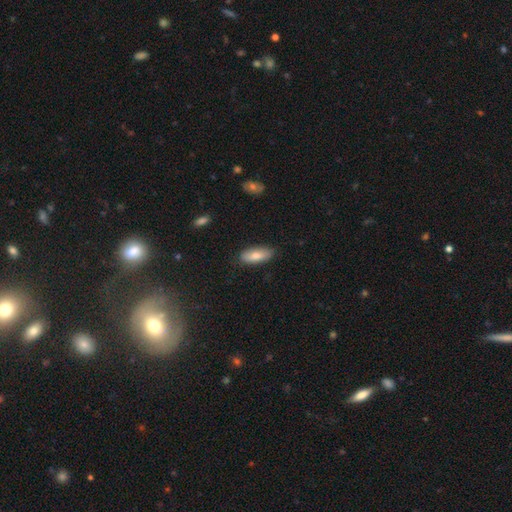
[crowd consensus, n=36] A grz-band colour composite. It shows a smooth galaxy with no disk features (86%) that is in between round and cigar-shaped (77%). Merging: none (83%).